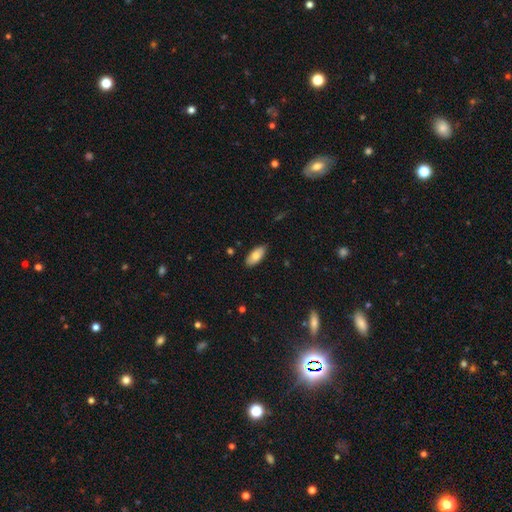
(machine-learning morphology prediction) This appears to be a smooth galaxy with no disk features (77%) that is in between round and cigar-shaped (90%). Merging: none (86%).